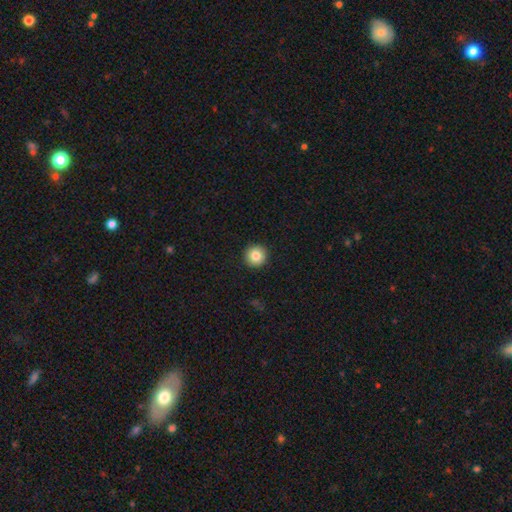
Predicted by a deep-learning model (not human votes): Smooth or featured? Predicted: smooth (p=0.84). How rounded? Predicted: round (p=0.96). Merging? Predicted: none (p=0.93).